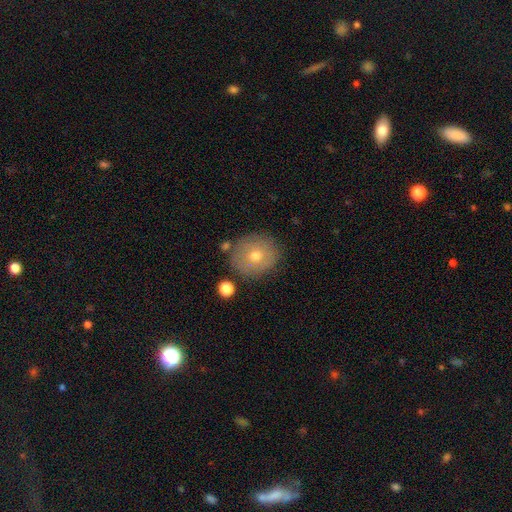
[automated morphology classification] Overall: smooth (62%; featured or disk 28%). How rounded: round (84%). Merging: none (80%).